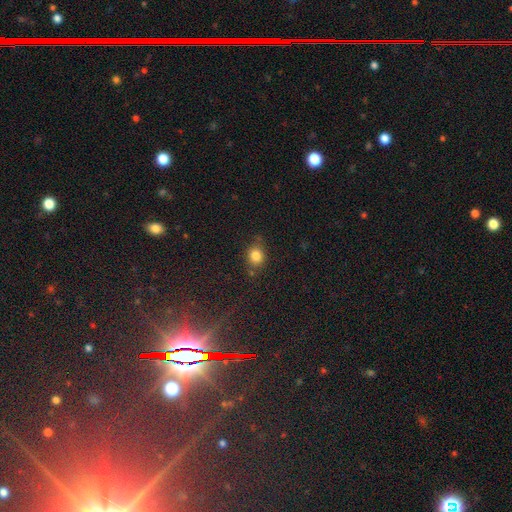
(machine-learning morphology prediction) Q: Smooth or featured?
A: smooth (82%); runner-up: star or artifact (12%)
Q: How rounded?
A: round (69%); runner-up: in between (30%)
Q: Merging?
A: none (73%); runner-up: minor disturbance (17%)